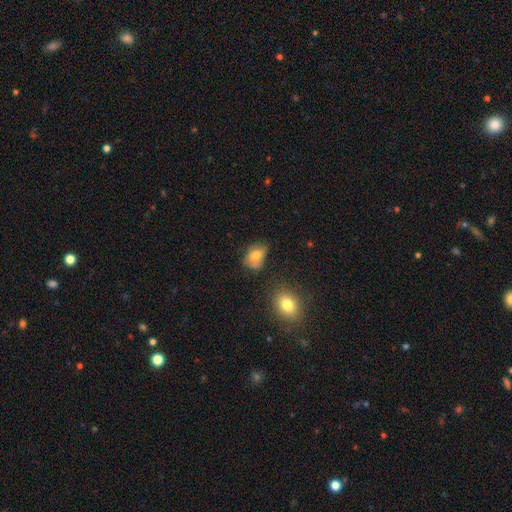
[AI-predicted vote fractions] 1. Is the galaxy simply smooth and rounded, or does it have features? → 69% smooth, 21% featured or disk, 10% star or artifact.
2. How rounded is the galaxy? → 75% in between, 23% round, 1% cigar-shaped.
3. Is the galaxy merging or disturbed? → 43% none, 36% minor disturbance, 16% major disturbance, 5% merger.